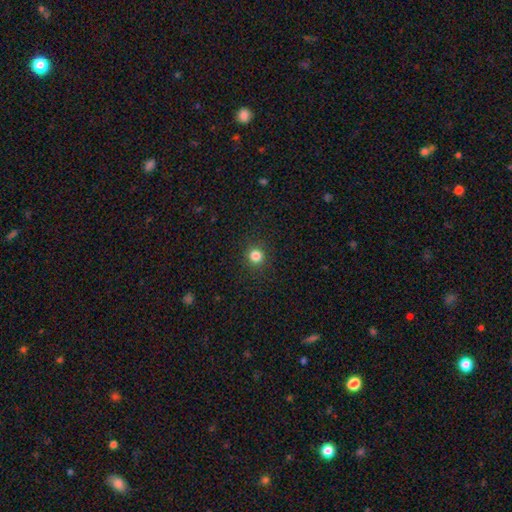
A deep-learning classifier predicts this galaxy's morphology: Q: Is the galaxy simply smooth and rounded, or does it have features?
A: smooth — 83%.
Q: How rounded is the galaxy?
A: round — 93%.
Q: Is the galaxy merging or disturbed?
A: none — 91%.